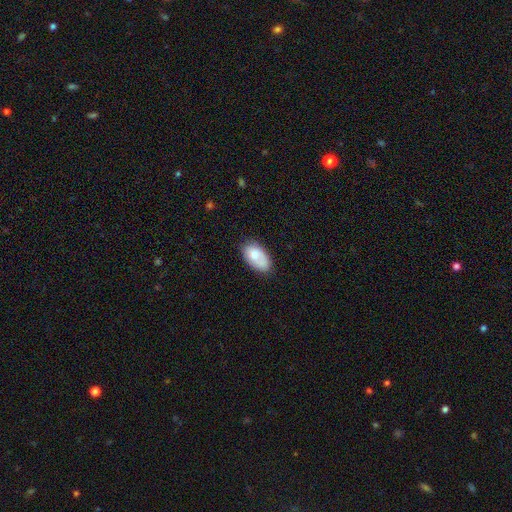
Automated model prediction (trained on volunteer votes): Q: Smooth or featured?
A: smooth (75%); runner-up: featured or disk (18%)
Q: How rounded?
A: in between (93%); runner-up: round (5%)
Q: Merging?
A: none (60%); runner-up: minor disturbance (26%)